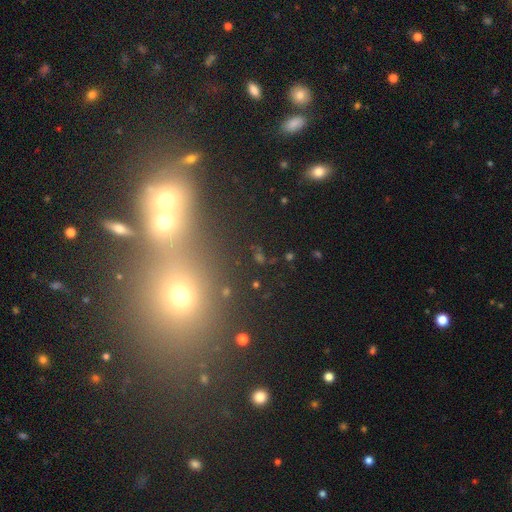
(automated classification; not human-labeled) Overall: smooth (44%; star or artifact 41%). Merging: none (53%; merger 33%).